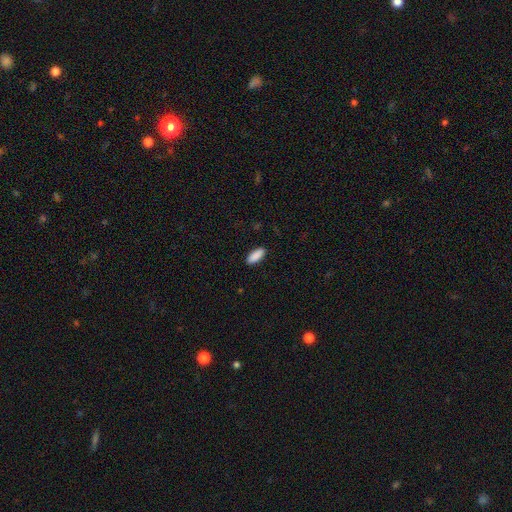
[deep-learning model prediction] This appears to be a smooth galaxy with no disk features (90%) that is in between round and cigar-shaped (79%). Merging: none (89%).